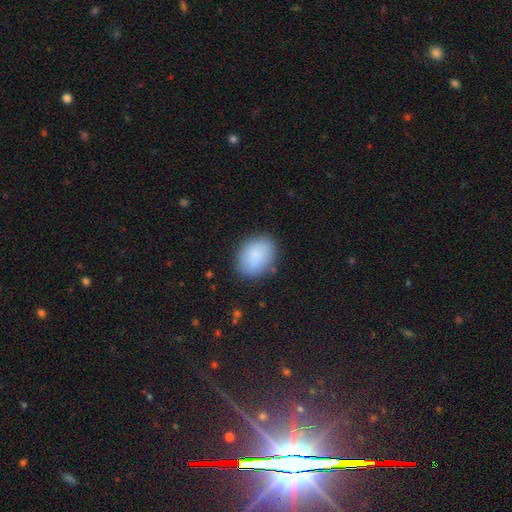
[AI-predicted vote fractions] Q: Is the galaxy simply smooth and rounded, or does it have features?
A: smooth — 85%.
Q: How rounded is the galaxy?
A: in between — 63%.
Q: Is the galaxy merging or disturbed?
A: none — 79%.